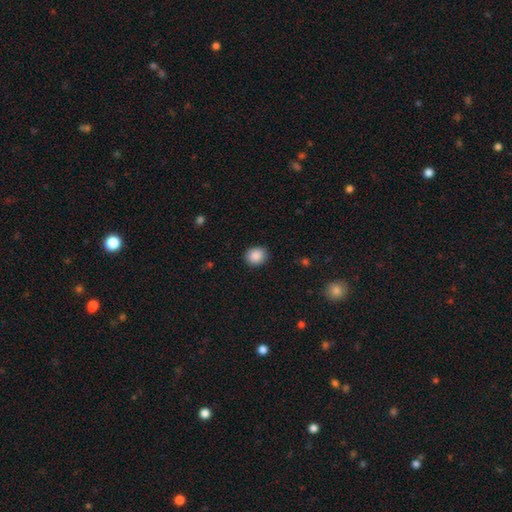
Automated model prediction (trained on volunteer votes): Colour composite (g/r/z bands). It shows a smooth galaxy with no disk features (89%) that is round (70%). Merging: none (88%).